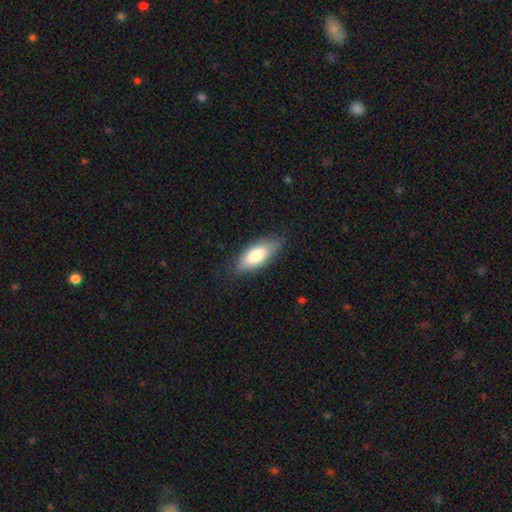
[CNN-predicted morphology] Smooth or featured: smooth — 78% (featured or disk — 16%)
How rounded: in between — 80% (cigar-shaped — 18%)
Merging: none — 78% (minor disturbance — 17%)